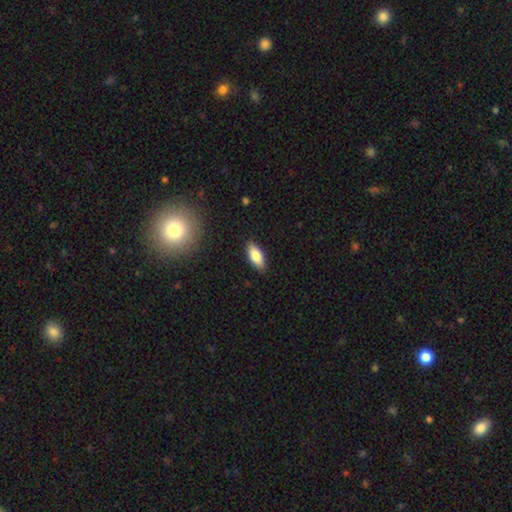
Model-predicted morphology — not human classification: smooth 80%, featured or disk 13%, star or artifact 7%. Down the decision tree: how rounded — in between (83%); merging — none (87%).